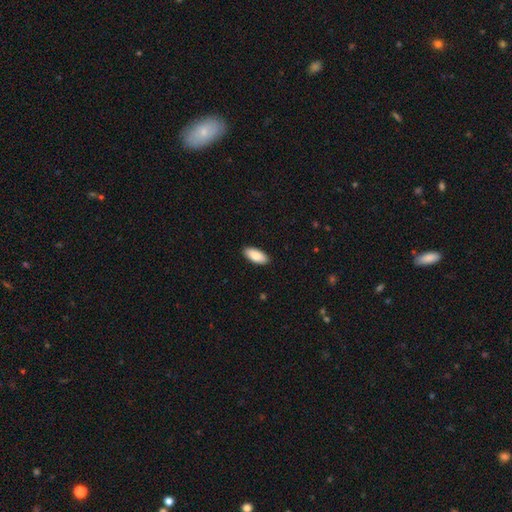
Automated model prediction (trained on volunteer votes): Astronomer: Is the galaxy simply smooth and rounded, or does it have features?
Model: smooth — 87%.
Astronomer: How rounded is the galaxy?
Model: in between — 86%.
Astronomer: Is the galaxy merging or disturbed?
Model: none — 90%.